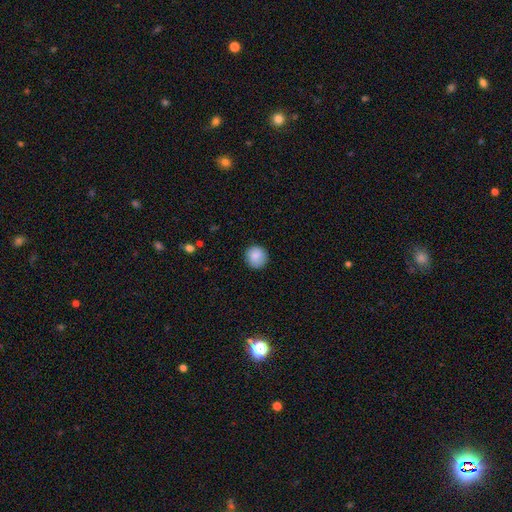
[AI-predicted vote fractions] Smooth or featured?
  - smooth: 87% *
  - star or artifact: 8%
  - featured or disk: 5%
How rounded?
  - round: 91% *
  - in between: 8%
  - cigar-shaped: 1%
Merging?
  - none: 88% *
  - minor disturbance: 9%
  - major disturbance: 2%
  - merger: 1%